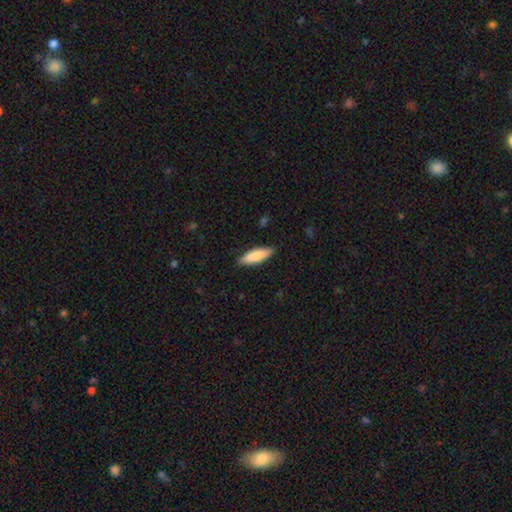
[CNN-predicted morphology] smooth-or-featured: smooth: 83% | featured or disk: 12% | star or artifact: 5%
  how-rounded: cigar-shaped: 55% | in between: 43% | round: 2%
  merging: none: 86% | minor disturbance: 11% | major disturbance: 2% | merger: 1%